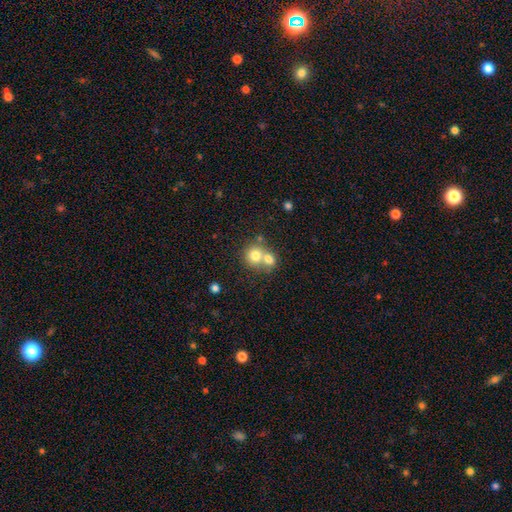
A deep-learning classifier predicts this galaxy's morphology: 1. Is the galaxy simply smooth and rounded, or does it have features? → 74% smooth, 16% featured or disk, 10% star or artifact.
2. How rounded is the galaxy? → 81% round, 18% in between, 1% cigar-shaped.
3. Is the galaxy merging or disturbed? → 61% merger, 31% none, 5% minor disturbance, 2% major disturbance.